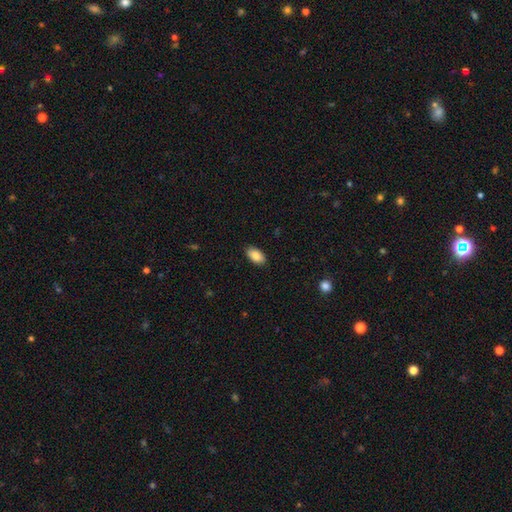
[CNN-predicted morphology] smooth-or-featured: smooth: 86% | featured or disk: 7% | star or artifact: 7%
  how-rounded: in between: 94% | round: 4% | cigar-shaped: 2%
  merging: none: 87% | minor disturbance: 10% | major disturbance: 2% | merger: 1%